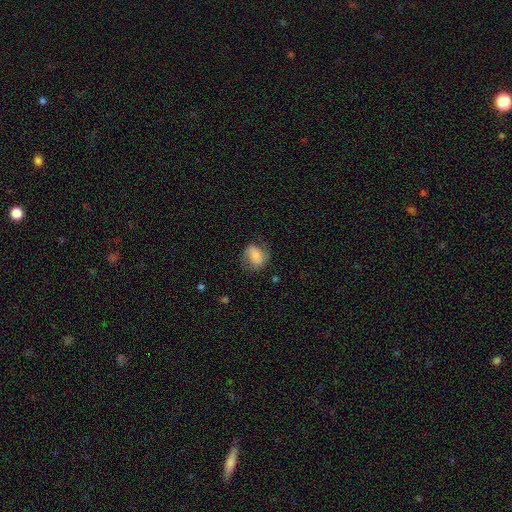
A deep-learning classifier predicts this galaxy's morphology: smooth_or_featured: smooth (p=0.56) [alt: featured or disk p=0.35]
how_rounded: in between (p=0.60) [alt: round p=0.39]
merging: none (p=0.62) [alt: minor disturbance p=0.24]